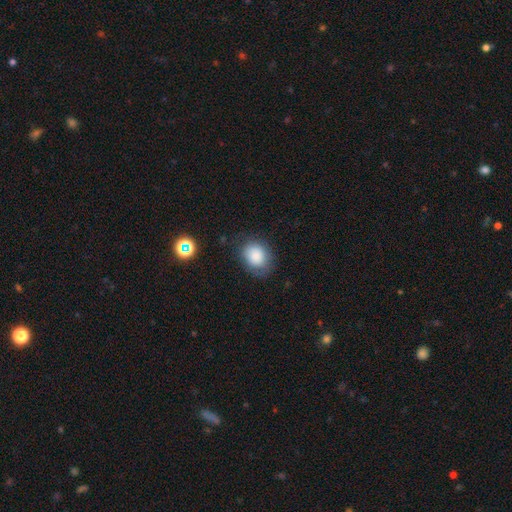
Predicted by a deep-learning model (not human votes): The model was most divided on "how rounded": round: 53%, in between: 46%, cigar-shaped: 1%. More confident: smooth or featured — smooth (85%); merging — none (74%).